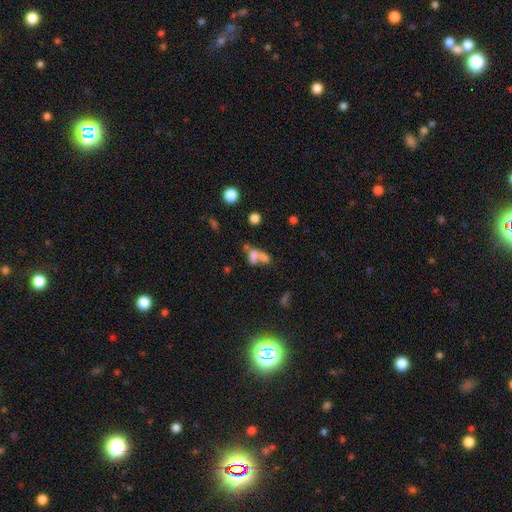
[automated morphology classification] This is likely a smooth galaxy (67%). How rounded: likely in between (72%). Merging: likely merger (61%).